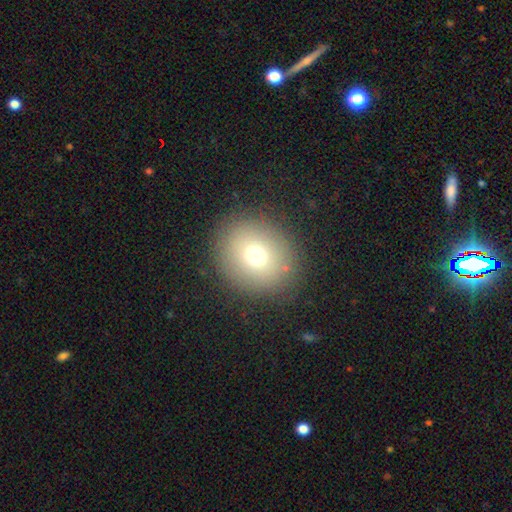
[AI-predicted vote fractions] Q: Smooth or featured?
A: smooth (71%); runner-up: star or artifact (15%)
Q: How rounded?
A: round (78%); runner-up: in between (21%)
Q: Merging?
A: none (86%); runner-up: minor disturbance (8%)